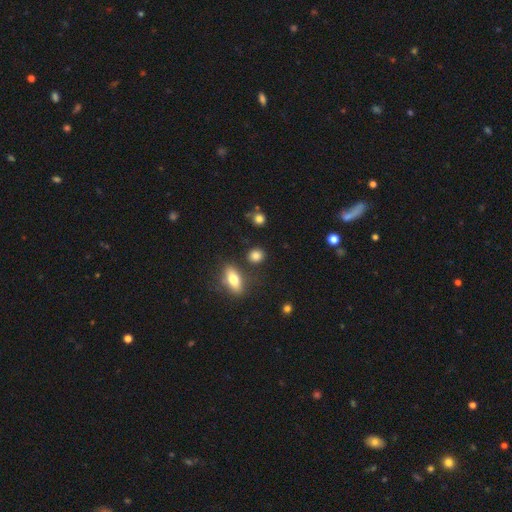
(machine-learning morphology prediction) Smooth or featured: smooth — 83% (star or artifact — 10%)
How rounded: round — 72% (in between — 25%)
Merging: none — 82% (minor disturbance — 10%)